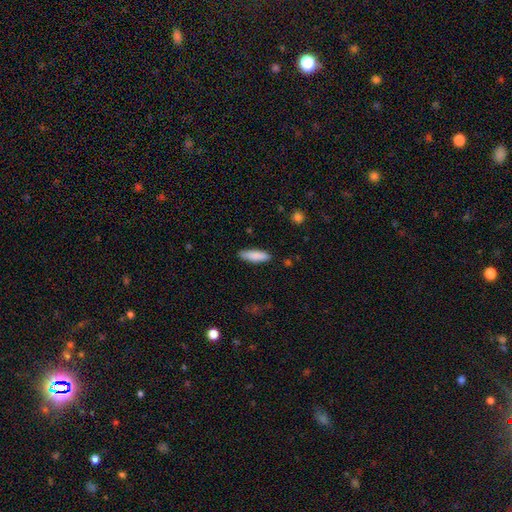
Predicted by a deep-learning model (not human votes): Smooth or featured? Predicted: smooth (p=0.87). How rounded? Predicted: cigar-shaped (p=0.52). Merging? Predicted: none (p=0.86).